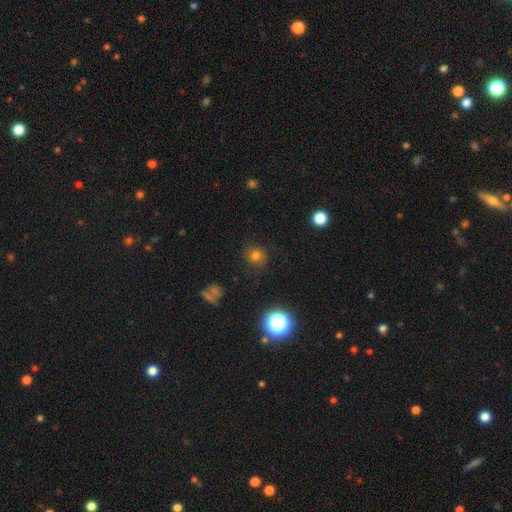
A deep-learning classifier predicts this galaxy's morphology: smooth 72%, star or artifact 19%, featured or disk 9%. Down the decision tree: how rounded — round (88%); merging — none (83%).